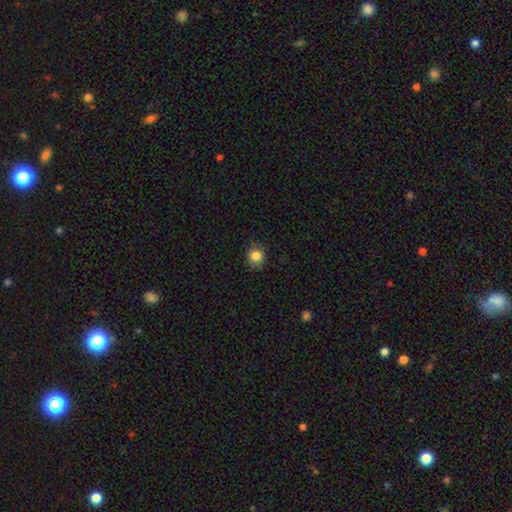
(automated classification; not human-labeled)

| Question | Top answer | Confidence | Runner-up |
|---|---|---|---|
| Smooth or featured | smooth | 84% | star or artifact (11%) |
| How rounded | round | 83% | in between (16%) |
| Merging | none | 85% | minor disturbance (11%) |